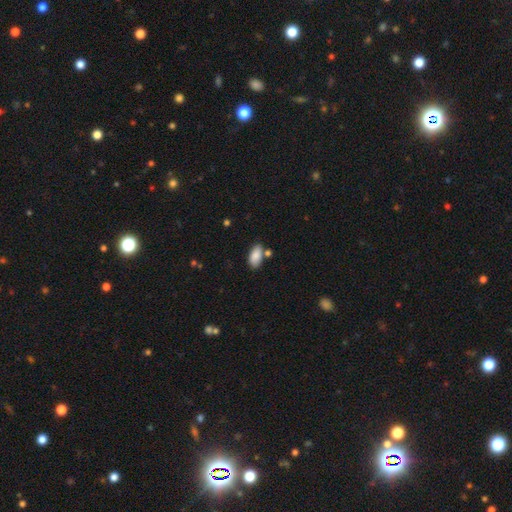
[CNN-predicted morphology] type=smooth (87%); roundness=in between (92%); merging=none (69%).